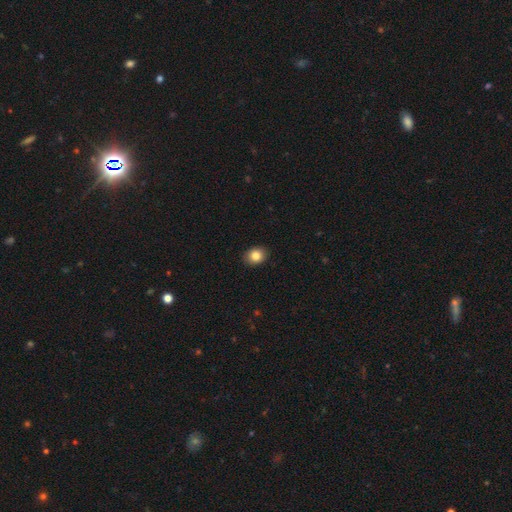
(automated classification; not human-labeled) The model was most divided on "how rounded": round: 51%, in between: 48%, cigar-shaped: 1%. More confident: merging — none (90%); smooth or featured — smooth (85%).